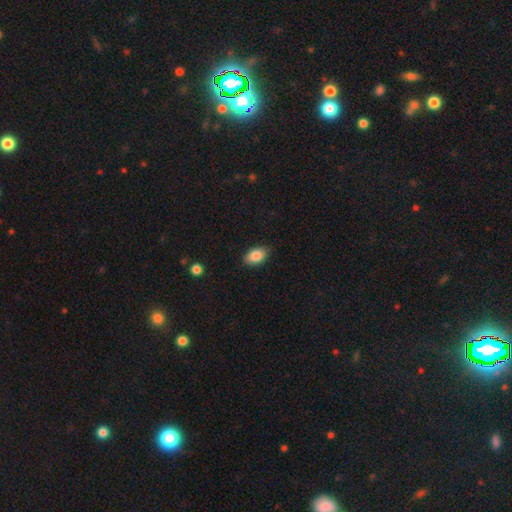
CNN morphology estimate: The model was most divided on "merging": none: 85%, minor disturbance: 11%, major disturbance: 2%, merger: 1%. More confident: how rounded — in between (90%); smooth or featured — smooth (86%).